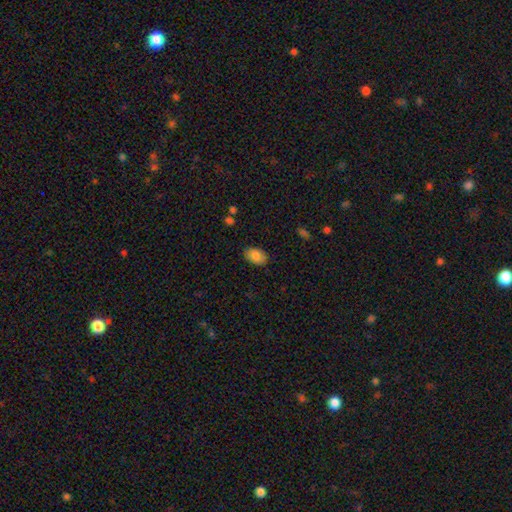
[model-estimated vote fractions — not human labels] Morphology: type=smooth (86%); roundness=in between (90%); merging=none (84%).